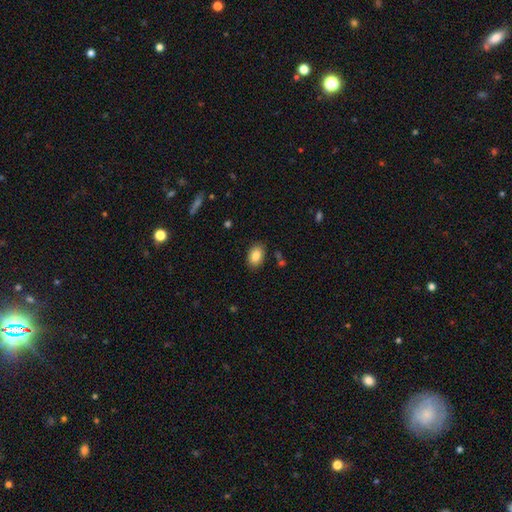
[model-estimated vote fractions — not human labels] This is clearly a smooth galaxy (86%). How rounded: clearly in between (84%). Merging: clearly none (85%).